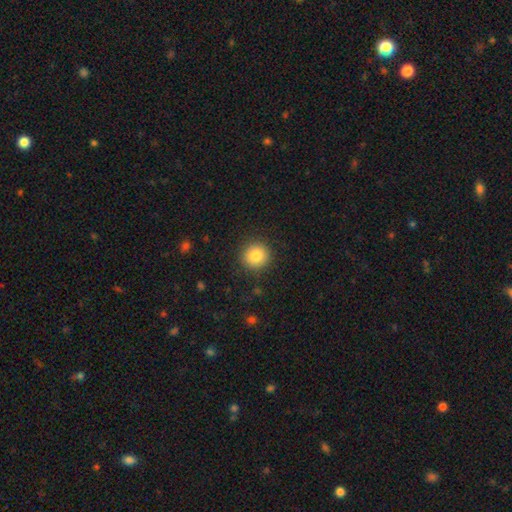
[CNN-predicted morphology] This is clearly a smooth galaxy (84%). How rounded: clearly round (93%). Merging: clearly none (90%).